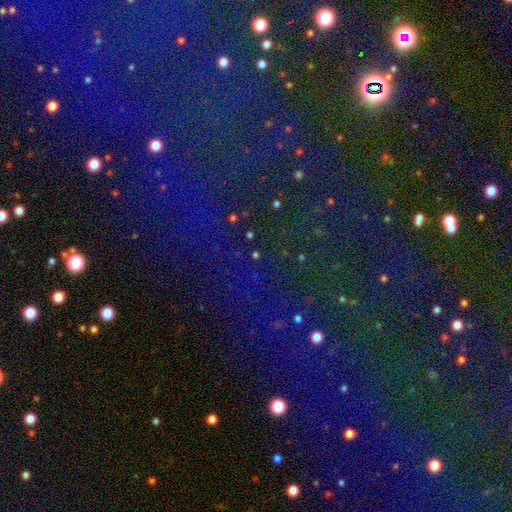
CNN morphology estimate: Smooth or featured? Predicted: star or artifact (p=0.75).